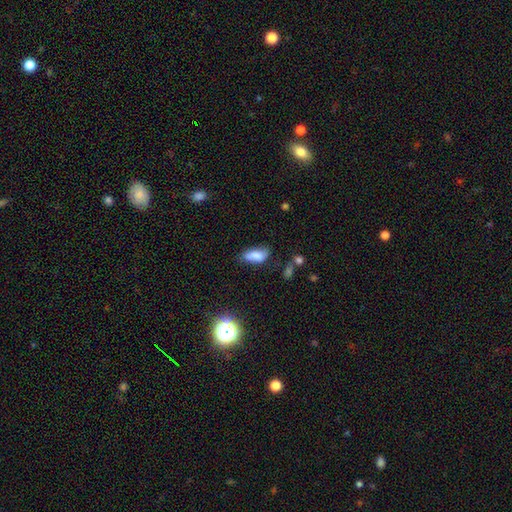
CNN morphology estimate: This is likely a smooth galaxy (79%). How rounded: clearly in between (84%). Merging: possibly none (58%).